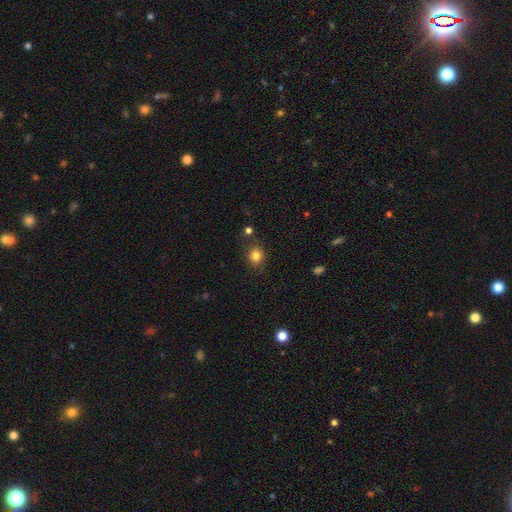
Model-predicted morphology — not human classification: A smooth galaxy with no disk features (83%) that is round (70%).

Vote fractions:
- Smooth or featured? smooth: 83% / star or artifact: 12% / featured or disk: 6%
- How rounded? round: 70% / in between: 29% / cigar-shaped: 1%
- Merging? none: 80% / minor disturbance: 12% / merger: 4% / major disturbance: 3%